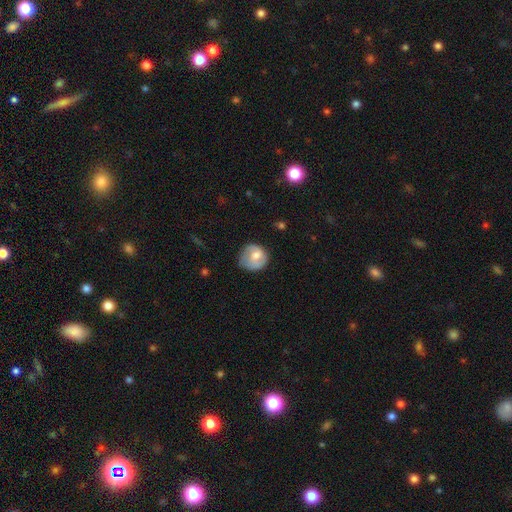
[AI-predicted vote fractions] Morphology: type=smooth (59%); roundness=round (82%); merging=none (60%).